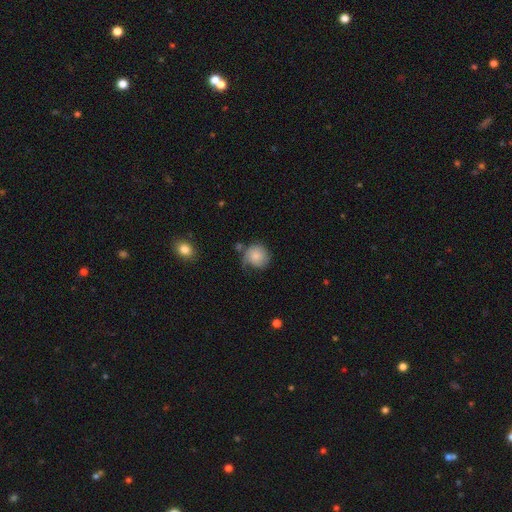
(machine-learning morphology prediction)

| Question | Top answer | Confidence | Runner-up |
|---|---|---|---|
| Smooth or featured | smooth | 59% | featured or disk (33%) |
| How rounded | round | 85% | in between (14%) |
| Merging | none | 48% | minor disturbance (29%) |